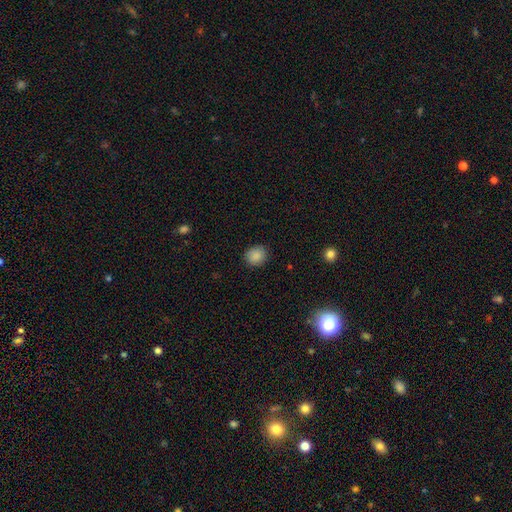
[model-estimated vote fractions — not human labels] A smooth galaxy with no disk features (88%) that is round (79%).

Vote fractions:
- Smooth or featured? smooth: 88% / star or artifact: 9% / featured or disk: 3%
- How rounded? round: 79% / in between: 20% / cigar-shaped: 1%
- Merging? none: 89% / minor disturbance: 8% / major disturbance: 2% / merger: 1%